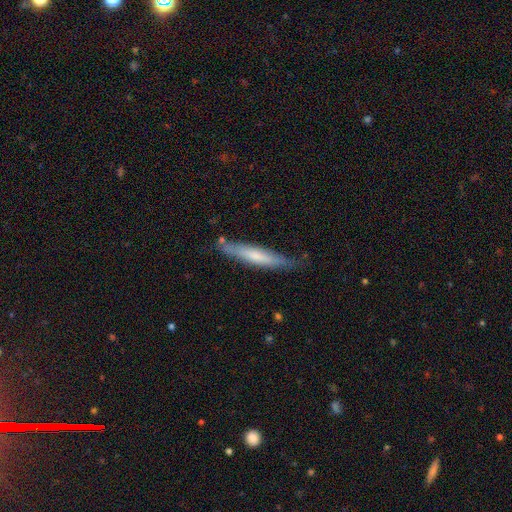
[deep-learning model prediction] Smooth or featured: smooth — 57% (featured or disk — 37%)
How rounded: cigar-shaped — 91% (in between — 8%)
Merging: none — 74% (minor disturbance — 19%)